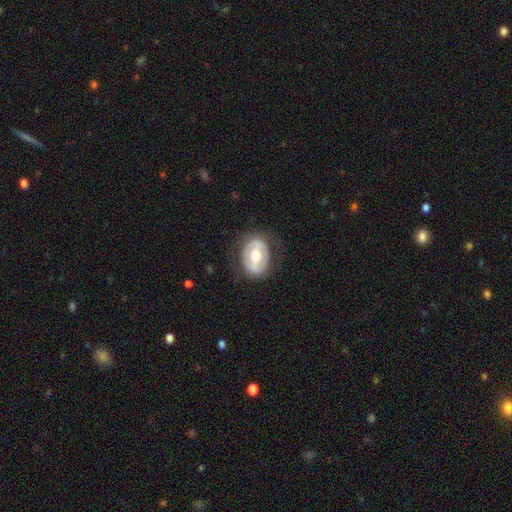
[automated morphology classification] This appears to be a featured or disk galaxy (53%). Merging: none (76%).